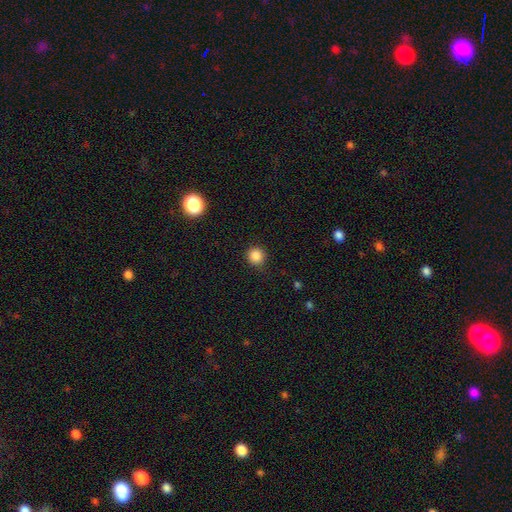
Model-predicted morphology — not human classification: smooth_or_featured: smooth (p=0.85) [alt: star or artifact p=0.12]
how_rounded: round (p=0.93) [alt: in between p=0.06]
merging: none (p=0.89) [alt: minor disturbance p=0.08]